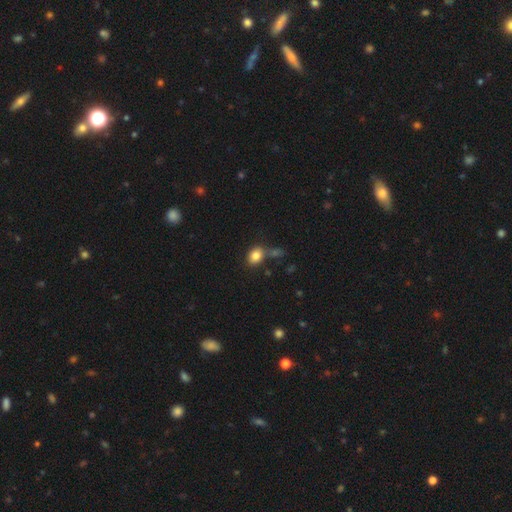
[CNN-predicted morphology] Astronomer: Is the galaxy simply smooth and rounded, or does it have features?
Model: smooth — 83%.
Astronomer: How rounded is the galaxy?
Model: in between — 58% (runner-up: round, 41%).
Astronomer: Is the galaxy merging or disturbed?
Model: none — 62%.